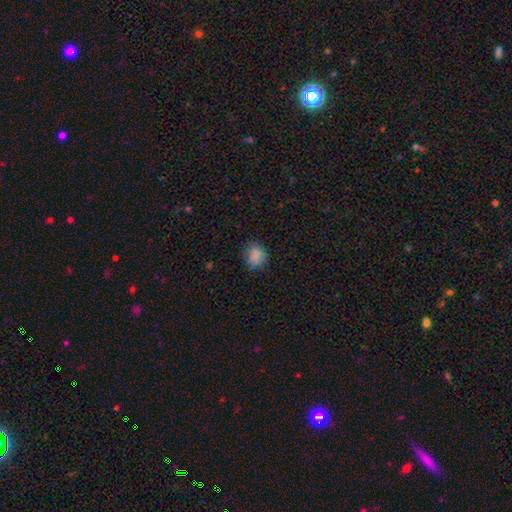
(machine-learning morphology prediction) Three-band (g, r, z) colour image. It shows a smooth galaxy with no disk features (85%) that is round (66%). Merging: none (76%).